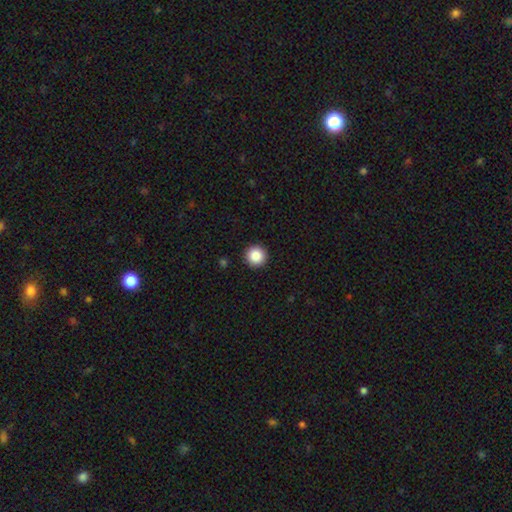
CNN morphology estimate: The model was most divided on "smooth or featured": smooth: 88%, star or artifact: 9%, featured or disk: 3%. More confident: how rounded — round (96%); merging — none (93%).